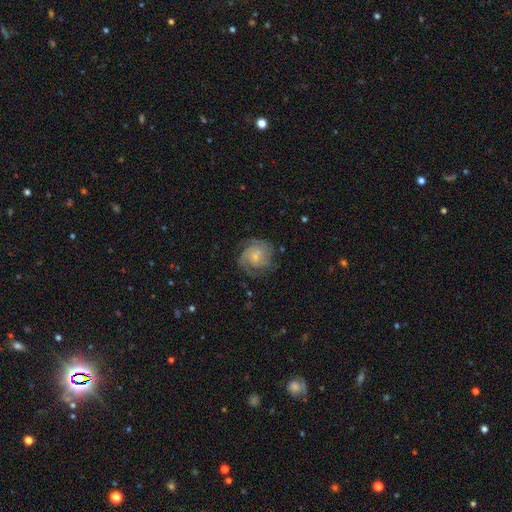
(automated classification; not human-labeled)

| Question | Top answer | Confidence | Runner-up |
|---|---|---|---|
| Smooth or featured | featured or disk | 80% | smooth (14%) |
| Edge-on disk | no | 98% | yes (2%) |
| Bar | no | 63% | weak (31%) |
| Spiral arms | yes | 95% | no (5%) |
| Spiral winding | tight | 51% | medium (39%) |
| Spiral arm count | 3 | 32% | can't tell (23%) |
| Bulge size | small | 69% | moderate (21%) |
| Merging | none | 70% | minor disturbance (18%) |